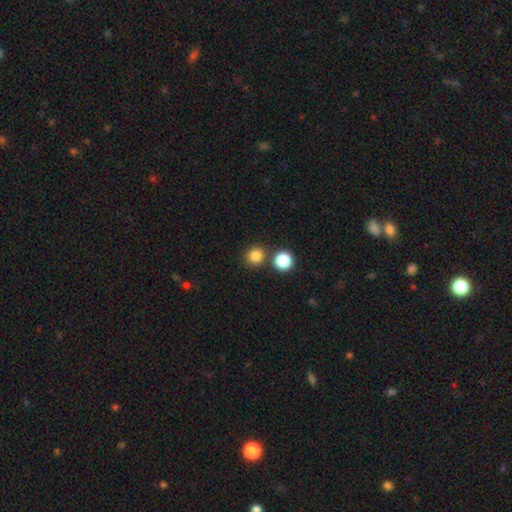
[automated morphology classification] Smooth or featured?
  - smooth: 83% *
  - star or artifact: 13%
  - featured or disk: 4%
How rounded?
  - round: 90% *
  - in between: 9%
  - cigar-shaped: 1%
Merging?
  - none: 78% *
  - merger: 13%
  - minor disturbance: 7%
  - major disturbance: 2%